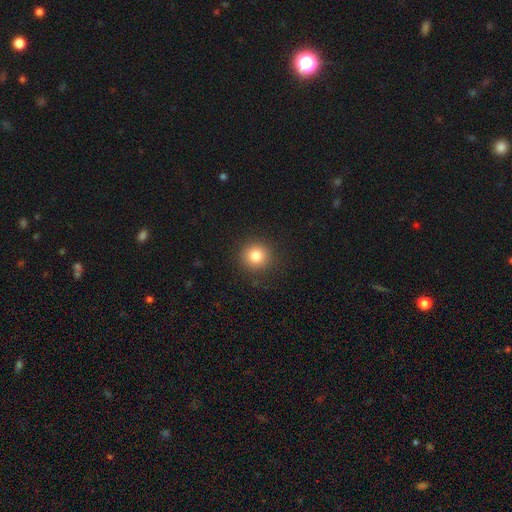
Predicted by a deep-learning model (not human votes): Smooth or featured? Predicted: smooth (p=0.82). How rounded? Predicted: round (p=0.93). Merging? Predicted: none (p=0.90).